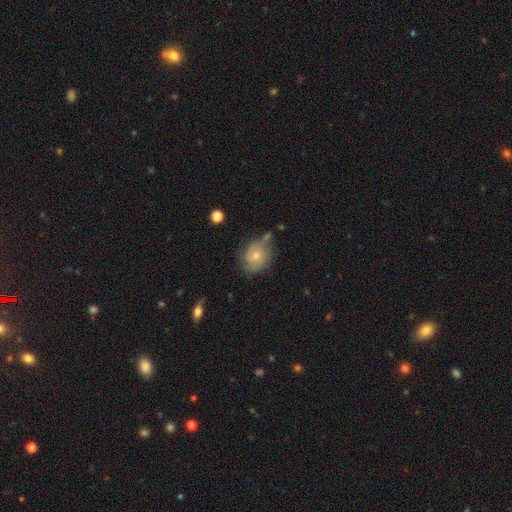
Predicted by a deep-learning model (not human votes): This appears to be a featured or disk galaxy (48%). Merging: none (51%).